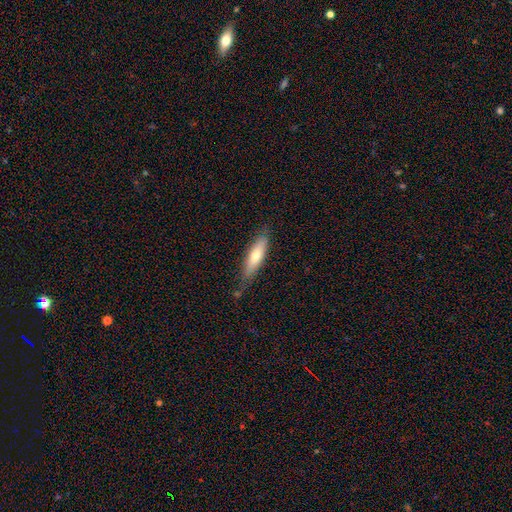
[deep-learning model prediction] This is likely a smooth galaxy (64%). How rounded: likely cigar-shaped (65%). Merging: likely none (74%).